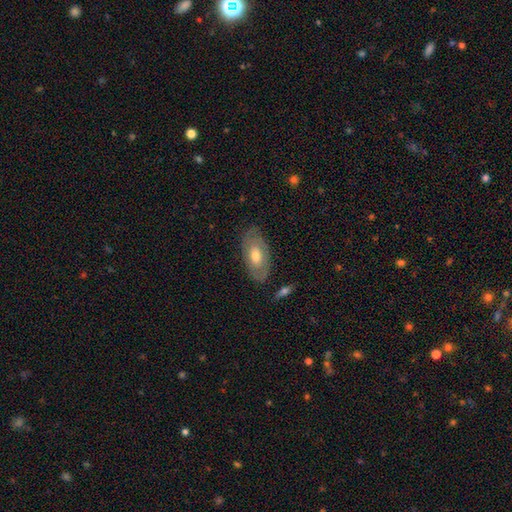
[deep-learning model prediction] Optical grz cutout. It shows a featured or disk galaxy (47%). Merging: none (79%).